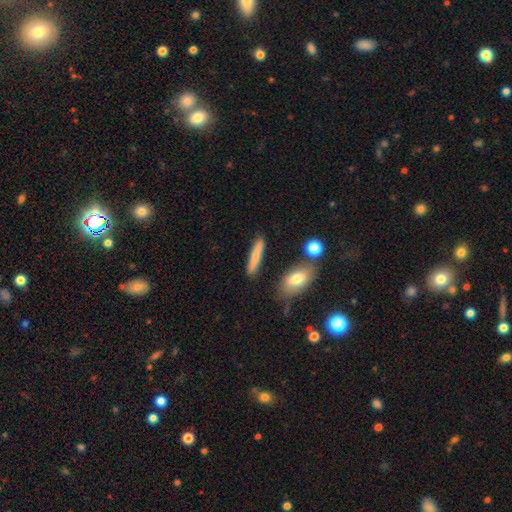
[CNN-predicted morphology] The model was most divided on "smooth or featured": smooth: 76%, featured or disk: 18%, star or artifact: 6%. More confident: how rounded — cigar-shaped (86%); merging — none (84%).